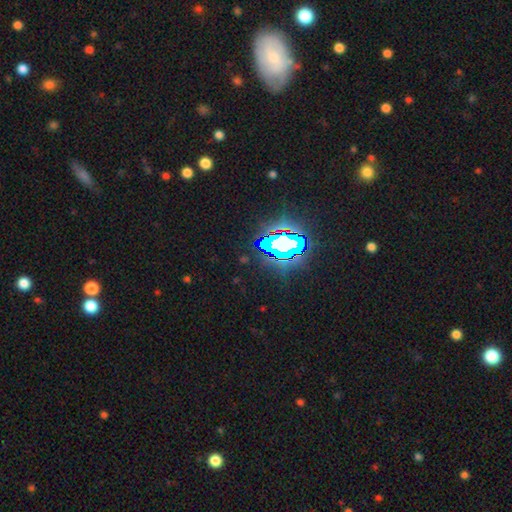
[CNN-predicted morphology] Smooth or featured? star or artifact (82%)